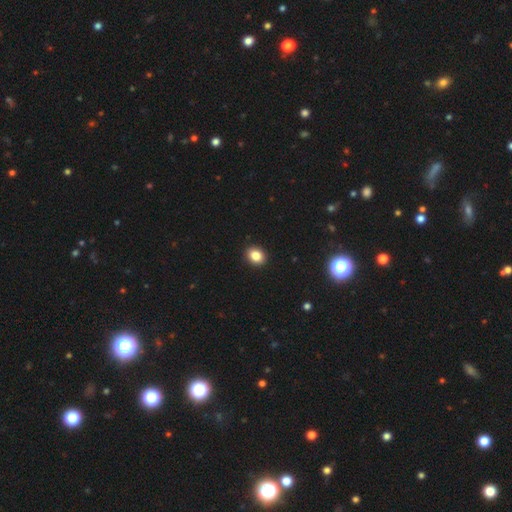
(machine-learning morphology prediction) Smooth or featured?
  - smooth: 86% *
  - star or artifact: 10%
  - featured or disk: 4%
How rounded?
  - in between: 50% *
  - round: 49%
  - cigar-shaped: 1%
Merging?
  - none: 92% *
  - minor disturbance: 5%
  - major disturbance: 2%
  - merger: 1%